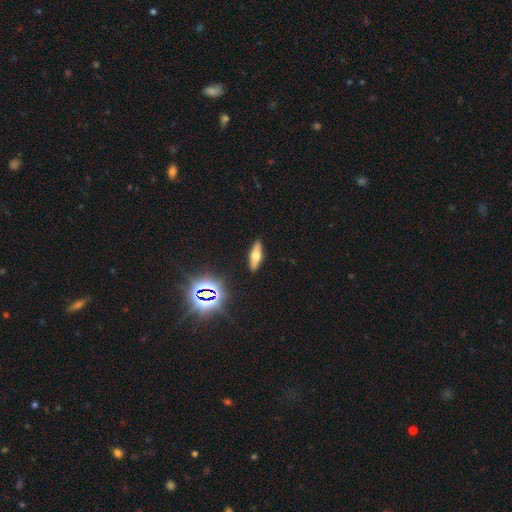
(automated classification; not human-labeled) Smooth or featured?
  - smooth: 51% *
  - featured or disk: 35%
  - star or artifact: 14%
How rounded?
  - cigar-shaped: 48% * (tied)
  - in between: 48% * (tied)
  - round: 4%
Merging?
  - none: 90% *
  - minor disturbance: 7%
  - major disturbance: 2%
  - merger: 1%